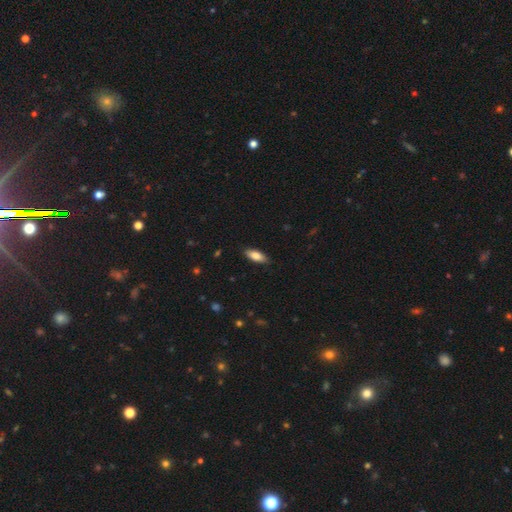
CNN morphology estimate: Q: Smooth or featured?
A: smooth (81%); runner-up: featured or disk (13%)
Q: How rounded?
A: in between (79%); runner-up: cigar-shaped (19%)
Q: Merging?
A: none (87%); runner-up: minor disturbance (10%)